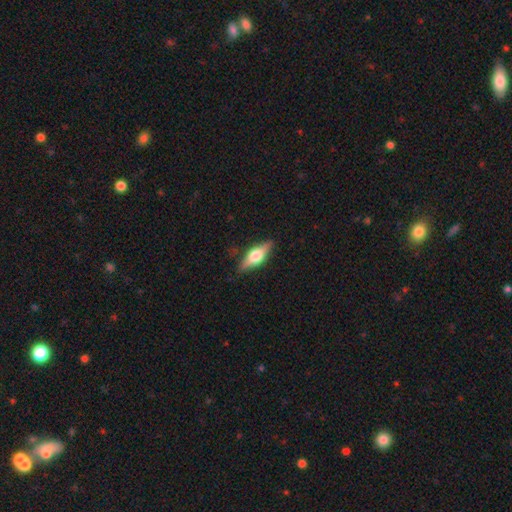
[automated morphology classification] smooth-or-featured: featured or disk: 60% | smooth: 33% | star or artifact: 7%
  disk-edge-on: yes: 95% | no: 5%
    edge-on-bulge: rounded: 93% | boxy: 6% | none: 1%
  merging: none: 86% | minor disturbance: 10% | major disturbance: 2% | merger: 1%